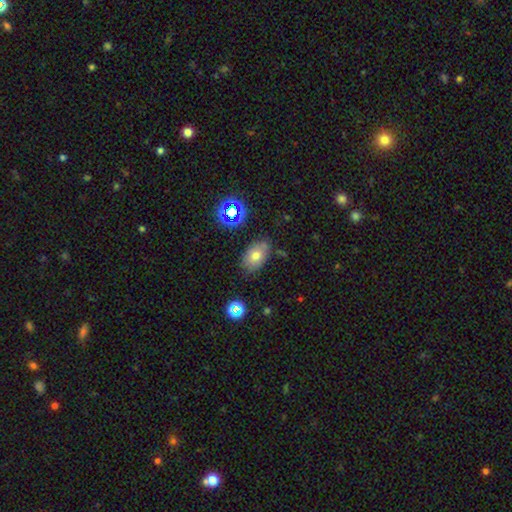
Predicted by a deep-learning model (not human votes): Smooth or featured? smooth (67%)
How rounded? in between (86%)
Merging? none (73%)